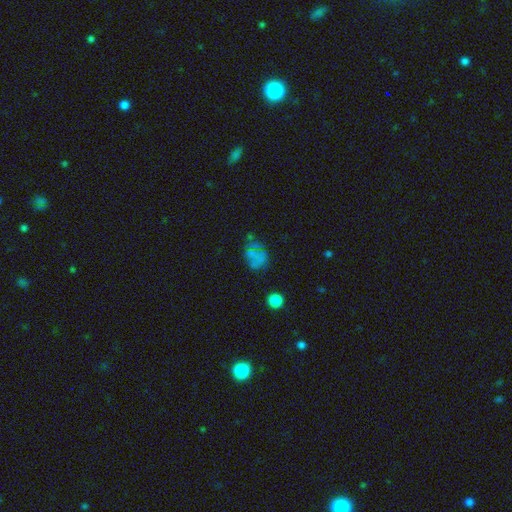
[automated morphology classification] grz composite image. It shows a smooth galaxy with no disk features (54%) that is round (56%). Merging: none (56%).